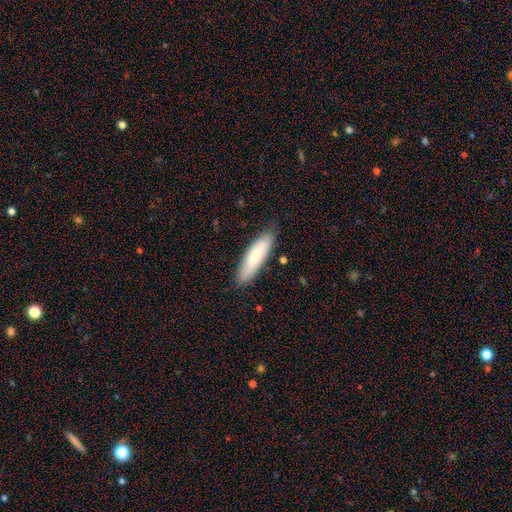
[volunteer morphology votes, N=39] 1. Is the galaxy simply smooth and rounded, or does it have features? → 77% smooth, 15% featured or disk, 8% star or artifact.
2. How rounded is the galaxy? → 67% cigar-shaped, 33% in between, 0% round.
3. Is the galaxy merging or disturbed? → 92% none, 6% minor disturbance, 3% merger, 0% major disturbance.